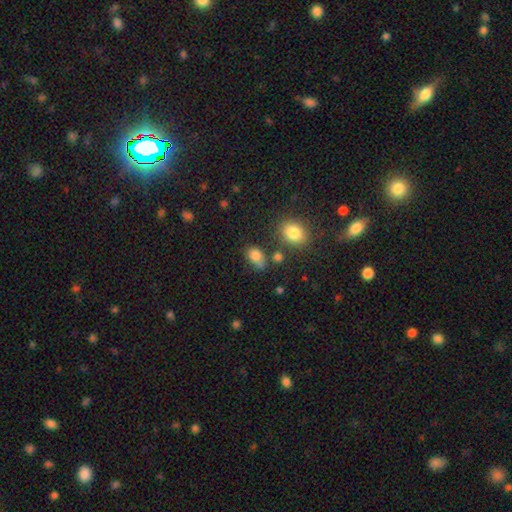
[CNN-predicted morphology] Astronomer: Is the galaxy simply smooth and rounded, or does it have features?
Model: smooth — 81%.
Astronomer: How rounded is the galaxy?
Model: in between — 74%.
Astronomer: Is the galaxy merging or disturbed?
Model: none — 51%.